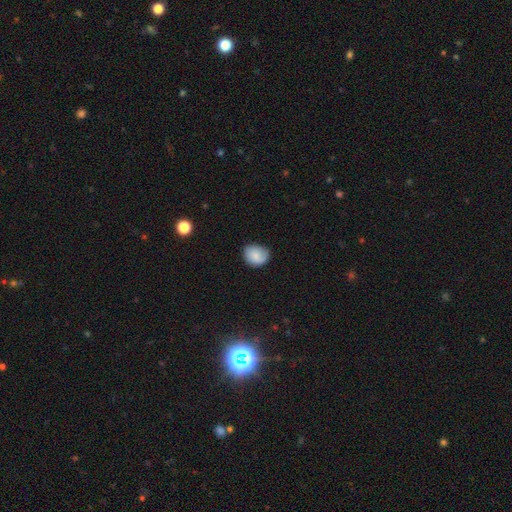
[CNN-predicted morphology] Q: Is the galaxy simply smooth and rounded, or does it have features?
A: smooth — 84%.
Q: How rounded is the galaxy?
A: round — 60%.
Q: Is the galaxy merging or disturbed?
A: none — 76%.